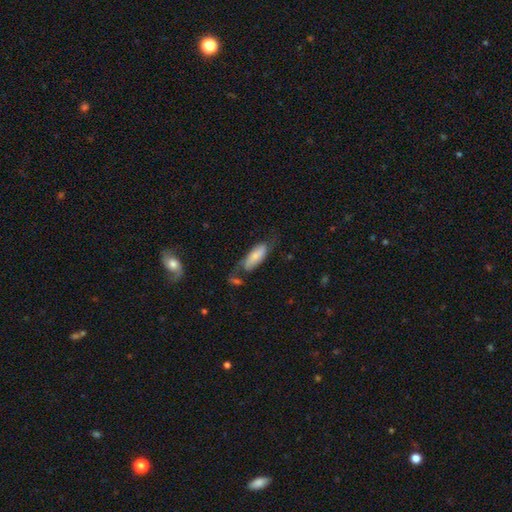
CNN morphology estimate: The model was most divided on "merging": none: 45%, minor disturbance: 28%, major disturbance: 18%, merger: 9%. More confident: how rounded — in between (73%); smooth or featured — smooth (68%).